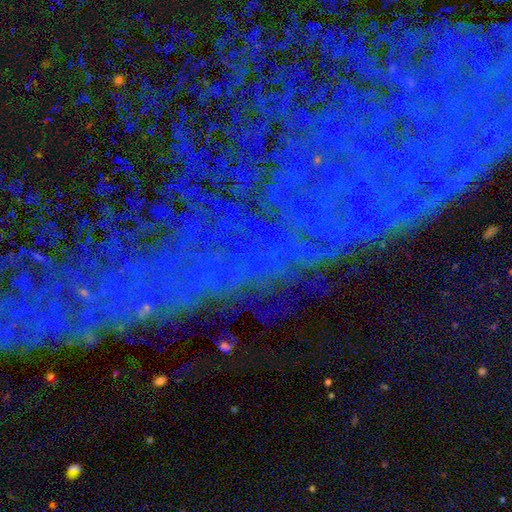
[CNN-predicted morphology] The model was most divided on "smooth or featured": star or artifact: 80%, featured or disk: 11%, smooth: 8%.